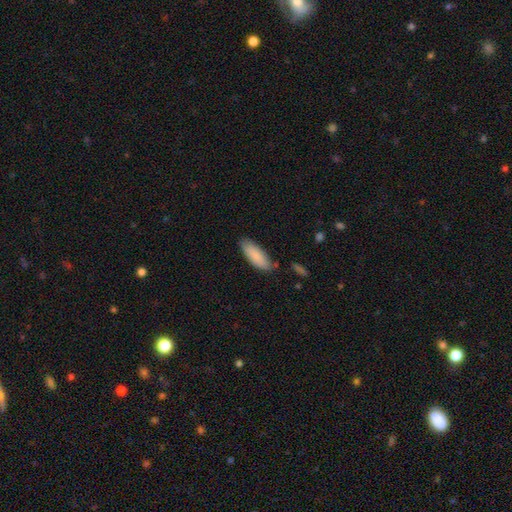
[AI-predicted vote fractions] Smooth or featured? Predicted: smooth (p=0.87). How rounded? Predicted: in between (p=0.67). Merging? Predicted: none (p=0.78).